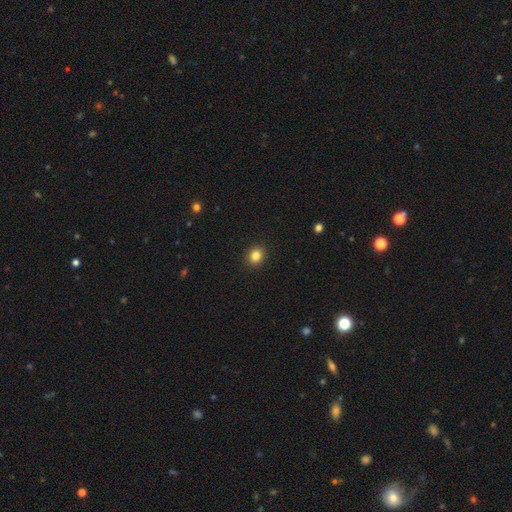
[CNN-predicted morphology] Smooth or featured? smooth (84%)
How rounded? round (81%)
Merging? none (92%)